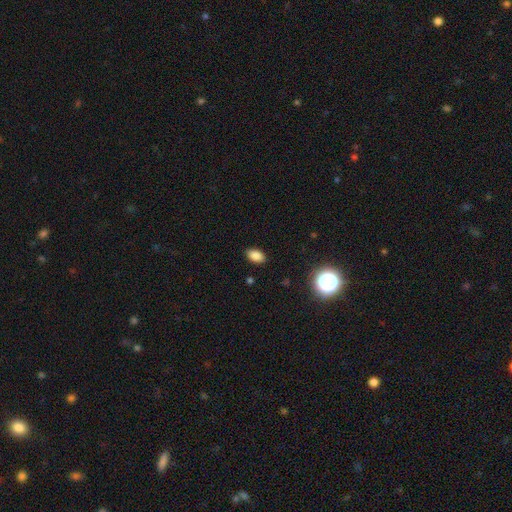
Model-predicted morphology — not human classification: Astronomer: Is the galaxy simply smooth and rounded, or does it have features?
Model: smooth — 84%.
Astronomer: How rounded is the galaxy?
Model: in between — 89%.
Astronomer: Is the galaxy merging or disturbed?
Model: none — 87%.